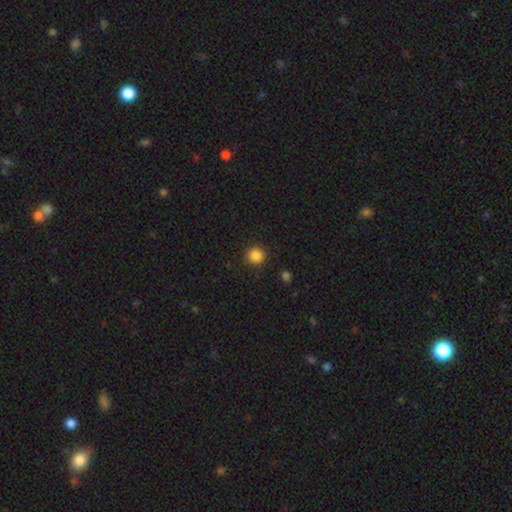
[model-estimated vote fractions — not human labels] This is clearly a smooth galaxy (86%). How rounded: clearly round (87%). Merging: clearly none (89%).